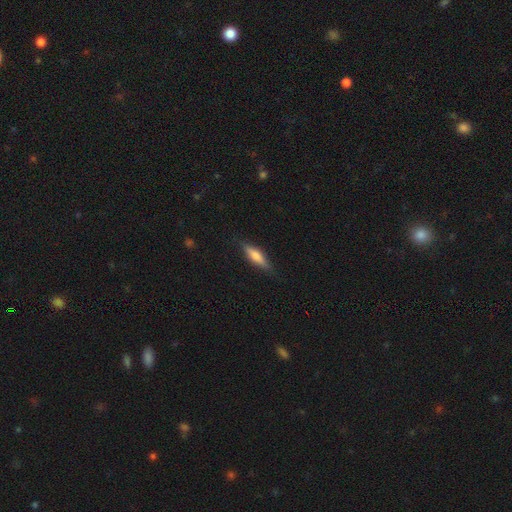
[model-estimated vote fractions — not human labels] Smooth or featured: smooth — 62% (featured or disk — 32%)
How rounded: cigar-shaped — 64% (in between — 34%)
Merging: none — 83% (minor disturbance — 13%)